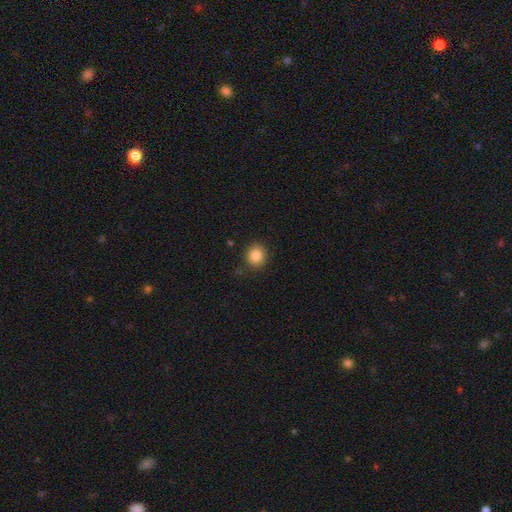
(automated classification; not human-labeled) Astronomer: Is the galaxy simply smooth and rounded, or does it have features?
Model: smooth — 85%.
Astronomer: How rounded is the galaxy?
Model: round — 81%.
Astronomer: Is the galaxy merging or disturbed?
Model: none — 84%.